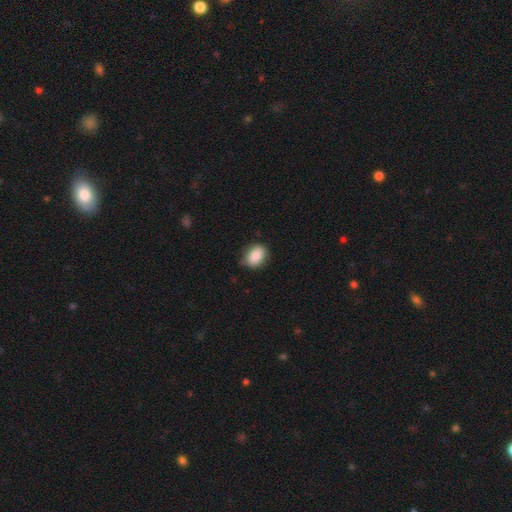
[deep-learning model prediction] Smooth or featured? smooth (85%)
How rounded? in between (71%)
Merging? none (74%)